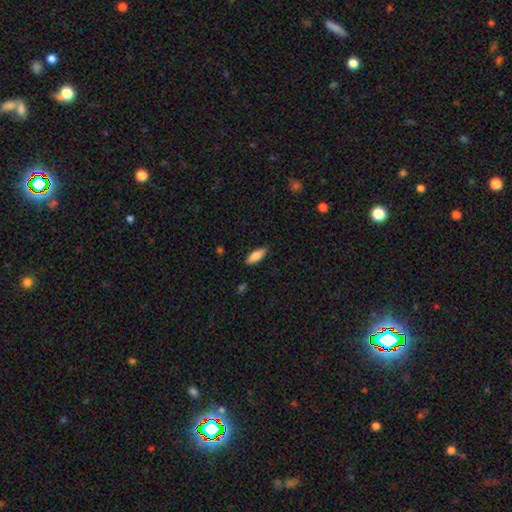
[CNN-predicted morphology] smooth-or-featured: smooth: 82% | featured or disk: 12% | star or artifact: 6%
  how-rounded: in between: 67% | cigar-shaped: 32% | round: 2%
  merging: none: 87% | minor disturbance: 10% | major disturbance: 2% | merger: 1%